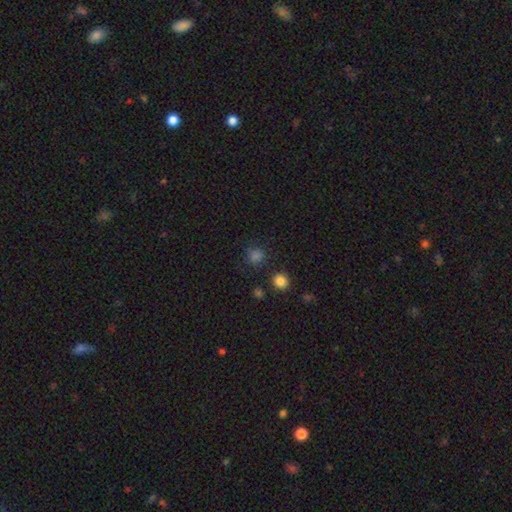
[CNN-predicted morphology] Smooth or featured? Predicted: smooth (p=0.76). How rounded? Predicted: round (p=0.88). Merging? Predicted: none (p=0.81).